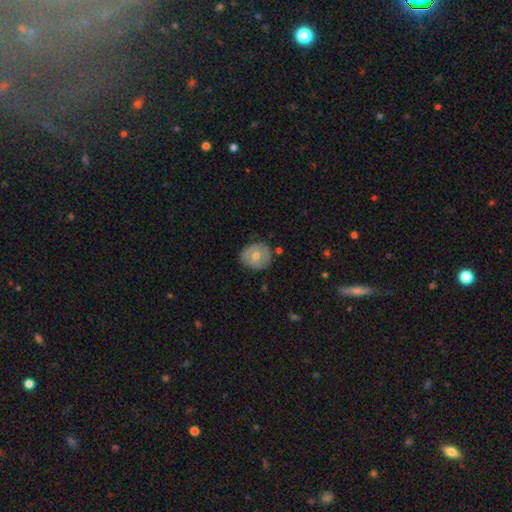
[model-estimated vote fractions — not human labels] The model was most divided on "smooth or featured": smooth: 56%, featured or disk: 37%, star or artifact: 7%. More confident: how rounded — round (83%); merging — none (78%).